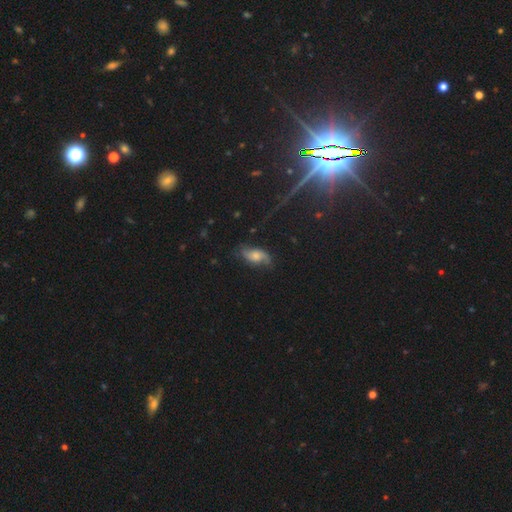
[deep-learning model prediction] Q: Smooth or featured?
A: featured or disk (53%); runner-up: smooth (37%)
Q: Edge-on disk?
A: no (91%); runner-up: yes (9%)
Q: Merging?
A: none (64%); runner-up: minor disturbance (24%)